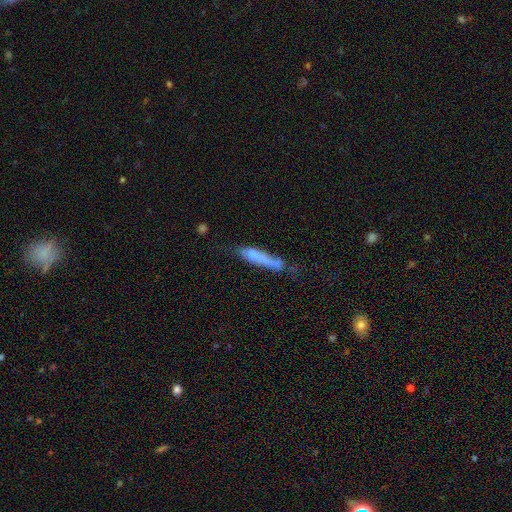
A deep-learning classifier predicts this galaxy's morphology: This is likely a smooth galaxy (63%). How rounded: clearly cigar-shaped (89%). Merging: possibly none (47%).